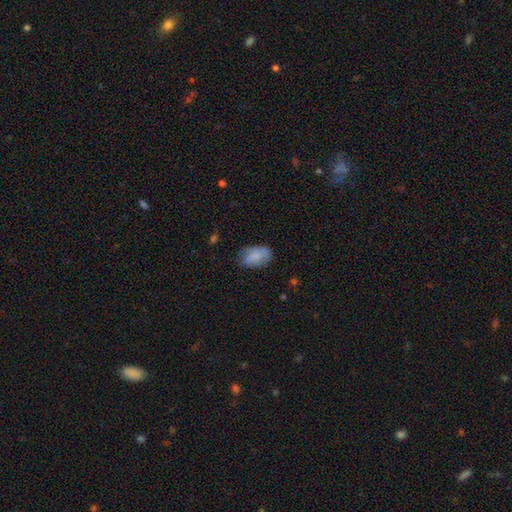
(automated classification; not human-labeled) A smooth galaxy with no disk features (69%) that is in between round and cigar-shaped (90%). Merging: none (63%).